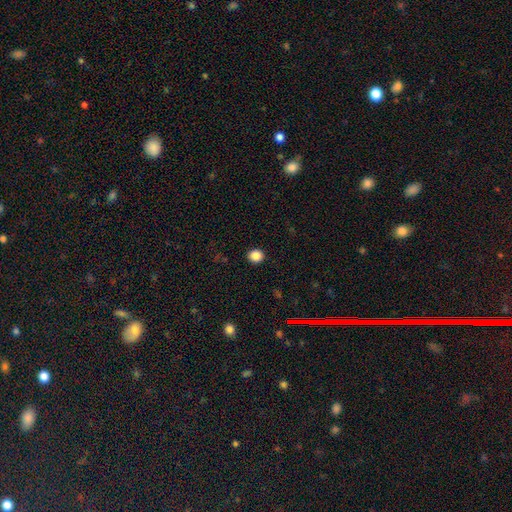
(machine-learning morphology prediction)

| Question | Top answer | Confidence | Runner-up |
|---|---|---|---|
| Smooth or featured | smooth | 86% | star or artifact (11%) |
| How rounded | round | 89% | in between (10%) |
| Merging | none | 93% | minor disturbance (5%) |